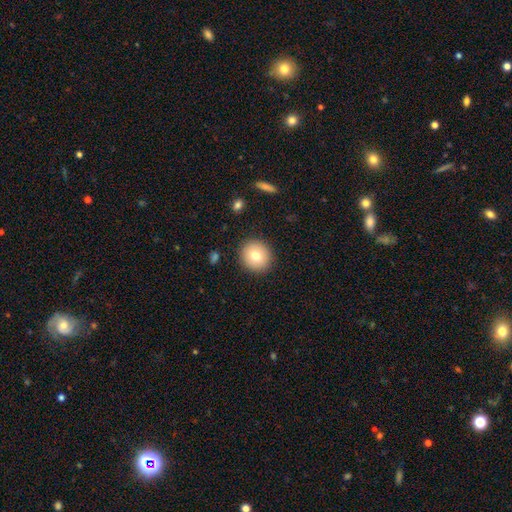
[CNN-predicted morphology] smooth-or-featured: smooth: 76% | featured or disk: 15% | star or artifact: 9%
  how-rounded: round: 89% | in between: 10% | cigar-shaped: 1%
  merging: none: 90% | minor disturbance: 7% | major disturbance: 2% | merger: 1%